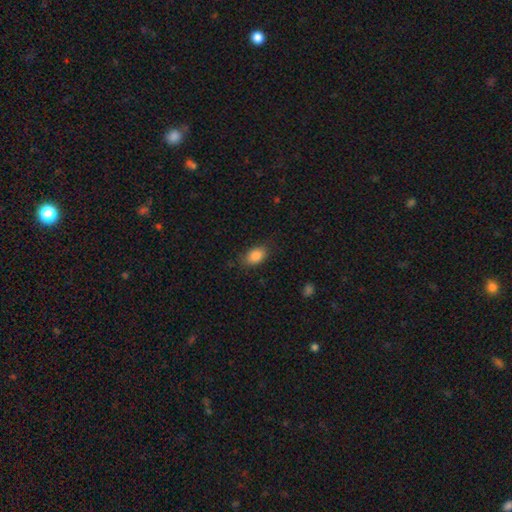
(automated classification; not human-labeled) A smooth galaxy with no disk features (87%) that is in between round and cigar-shaped (84%).

Vote fractions:
- Smooth or featured? smooth: 87% / star or artifact: 8% / featured or disk: 5%
- How rounded? in between: 84% / round: 14% / cigar-shaped: 2%
- Merging? none: 80% / minor disturbance: 15% / major disturbance: 4% / merger: 1%